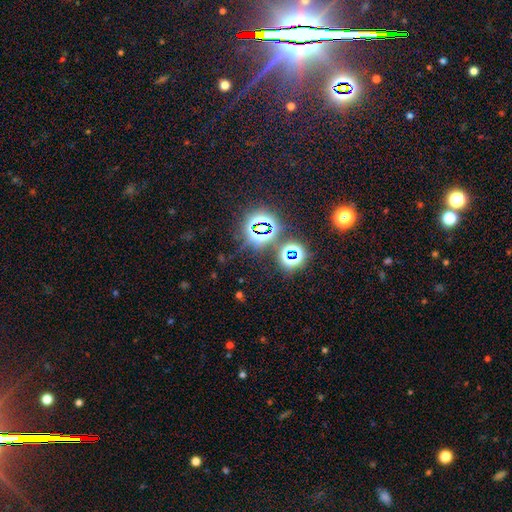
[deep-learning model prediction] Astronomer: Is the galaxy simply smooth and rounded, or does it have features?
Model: star or artifact — 80%.